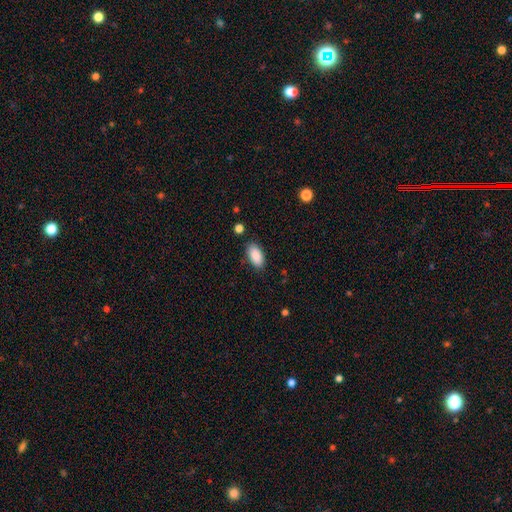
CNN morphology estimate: This is clearly a smooth galaxy (89%). How rounded: clearly in between (93%). Merging: clearly none (84%).